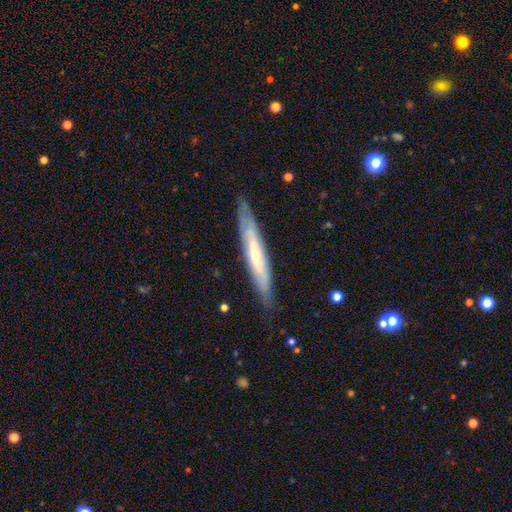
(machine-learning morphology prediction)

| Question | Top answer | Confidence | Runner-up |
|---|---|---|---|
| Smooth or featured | featured or disk | 61% | smooth (34%) |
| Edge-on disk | yes | 75% | no (25%) |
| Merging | none | 83% | minor disturbance (13%) |